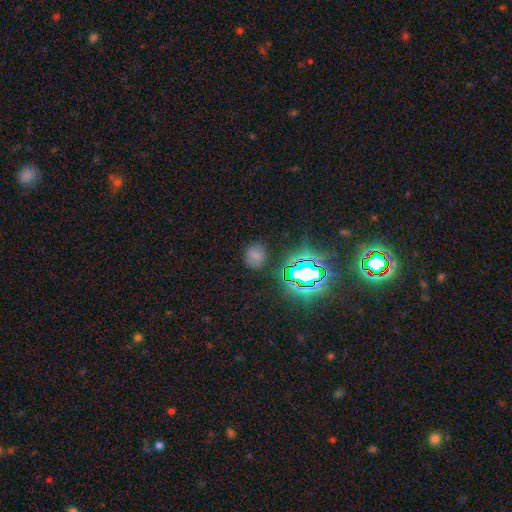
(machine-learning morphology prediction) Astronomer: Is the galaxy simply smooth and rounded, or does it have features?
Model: smooth — 63%.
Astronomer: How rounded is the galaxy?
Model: round — 69%.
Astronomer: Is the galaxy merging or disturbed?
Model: none — 81%.